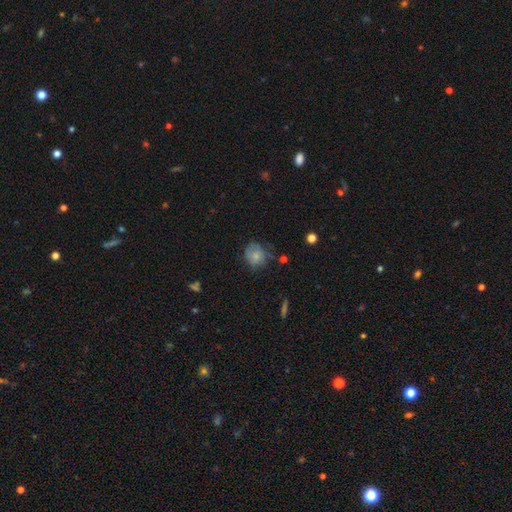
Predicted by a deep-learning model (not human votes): Morphology: type=smooth (67%); roundness=round (71%); merging=none (50%).